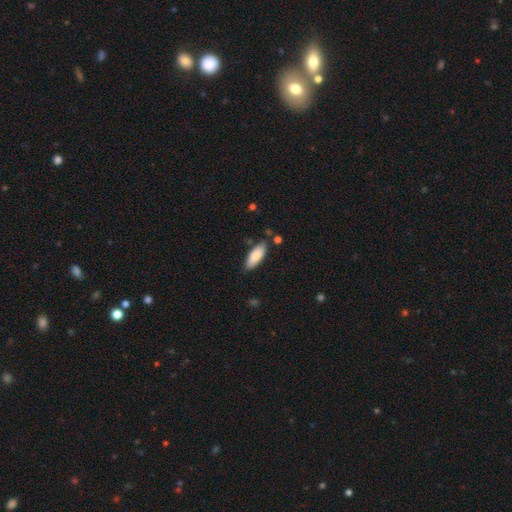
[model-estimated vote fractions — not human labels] This is clearly a smooth galaxy (80%). How rounded: likely in between (73%). Merging: clearly none (80%).